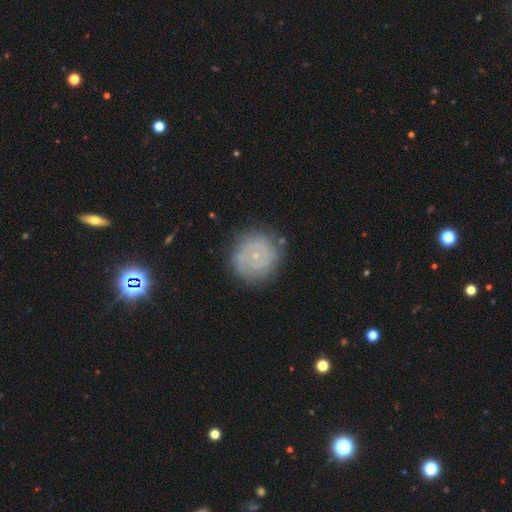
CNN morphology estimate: Smooth or featured? featured or disk (59%)
Edge-on disk? no (98%)
Bar? no (81%)
Spiral arms? yes (77%)
Bulge size? small (85%)
Merging? none (80%)